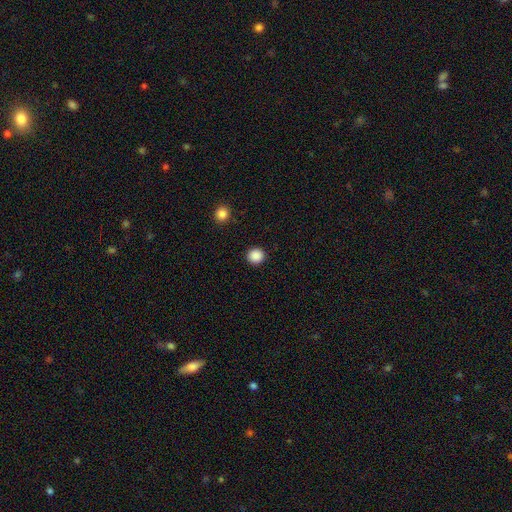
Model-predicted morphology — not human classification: This appears to be a smooth galaxy with no disk features (88%) that is round (94%). Merging: none (92%).